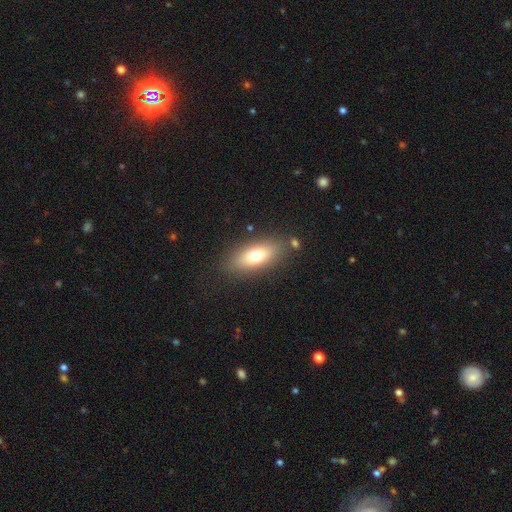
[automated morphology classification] Q: Smooth or featured?
A: smooth (71%); runner-up: featured or disk (21%)
Q: How rounded?
A: in between (76%); runner-up: cigar-shaped (19%)
Q: Merging?
A: none (81%); runner-up: minor disturbance (11%)